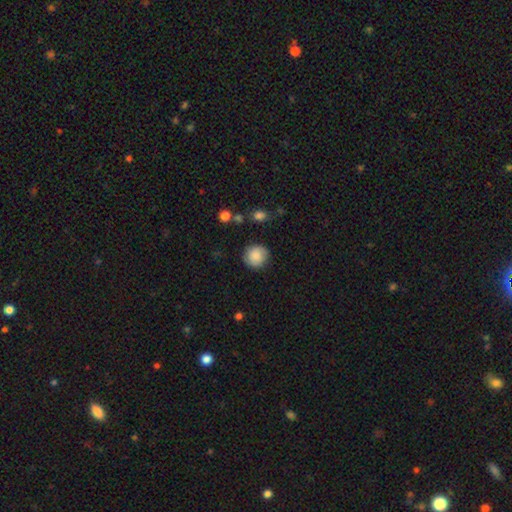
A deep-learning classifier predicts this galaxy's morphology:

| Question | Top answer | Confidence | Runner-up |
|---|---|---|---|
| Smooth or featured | smooth | 86% | star or artifact (8%) |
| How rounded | round | 92% | in between (7%) |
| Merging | none | 86% | minor disturbance (10%) |